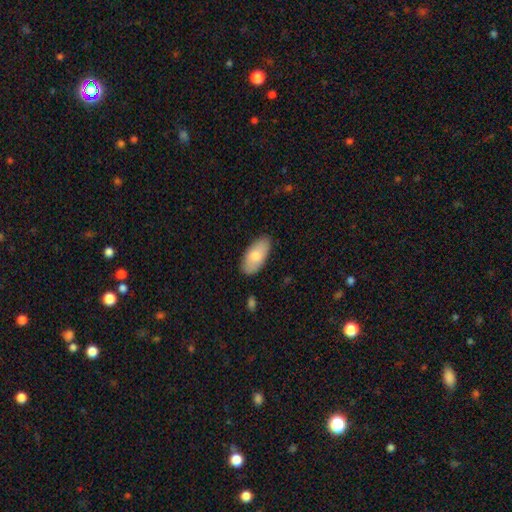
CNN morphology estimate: The model was most divided on "smooth or featured": smooth: 79%, featured or disk: 16%, star or artifact: 5%. More confident: how rounded — in between (93%); merging — none (83%).